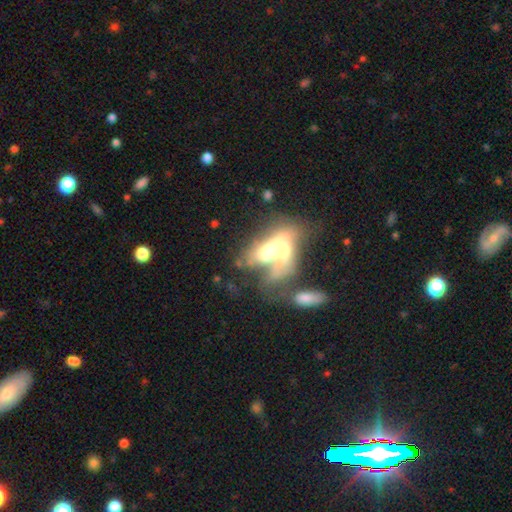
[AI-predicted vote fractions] Smooth or featured: featured or disk — 48% (smooth — 43%)
Merging: merger — 68% (major disturbance — 16%)